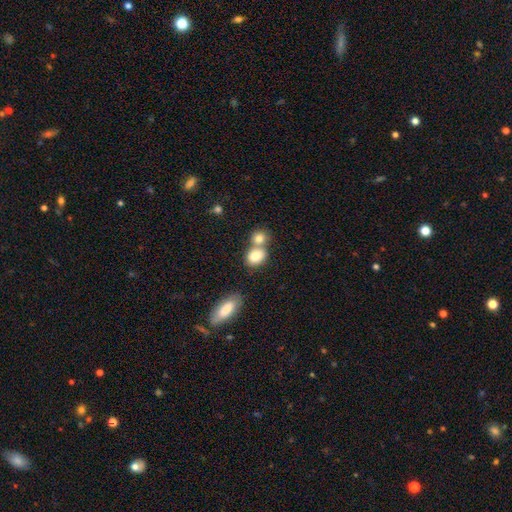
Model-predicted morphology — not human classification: A smooth galaxy with no disk features (83%) that is in between round and cigar-shaped (63%).

Vote fractions:
- Smooth or featured? smooth: 83% / featured or disk: 9% / star or artifact: 8%
- How rounded? in between: 63% / round: 35% / cigar-shaped: 2%
- Merging? merger: 48% / none: 38% / minor disturbance: 10% / major disturbance: 4%